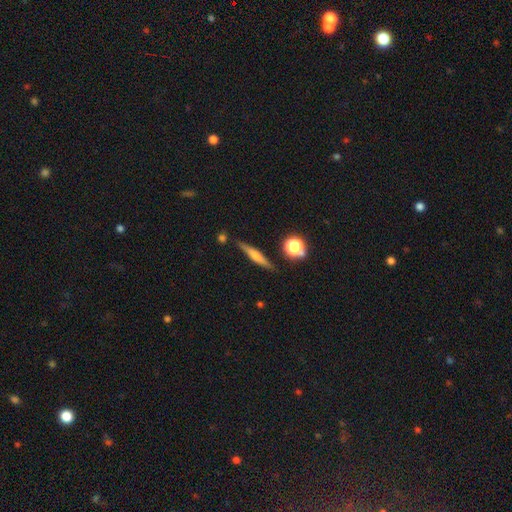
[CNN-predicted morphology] This is possibly a smooth galaxy (50%). How rounded: clearly cigar-shaped (86%). Merging: clearly none (84%).